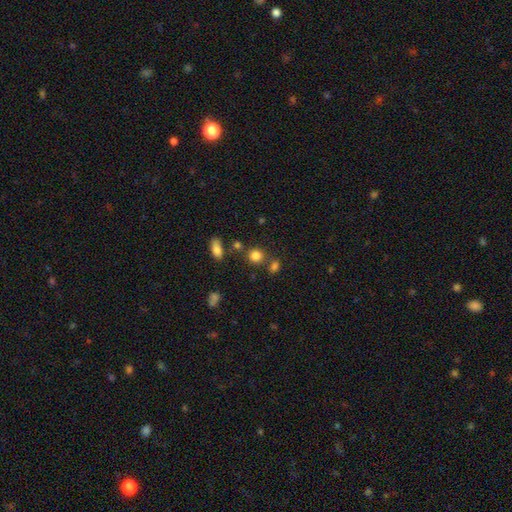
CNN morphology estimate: Overall: smooth (82%). How rounded: round (83%). Merging: none (70%).